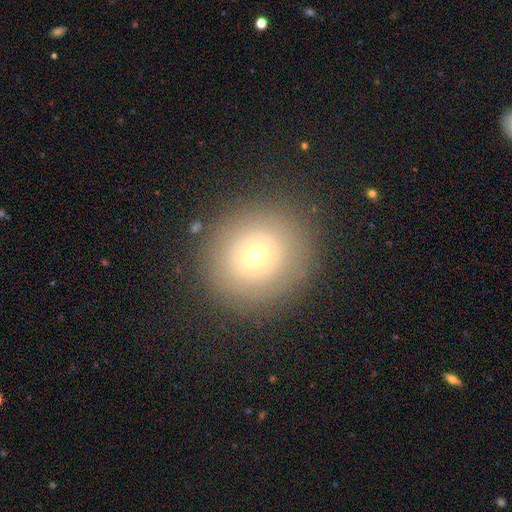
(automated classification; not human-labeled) smooth-or-featured: smooth: 66% | featured or disk: 18% | star or artifact: 15%
  how-rounded: round: 89% | in between: 10% | cigar-shaped: 1%
  merging: none: 85% | minor disturbance: 9% | major disturbance: 5% | merger: 1%